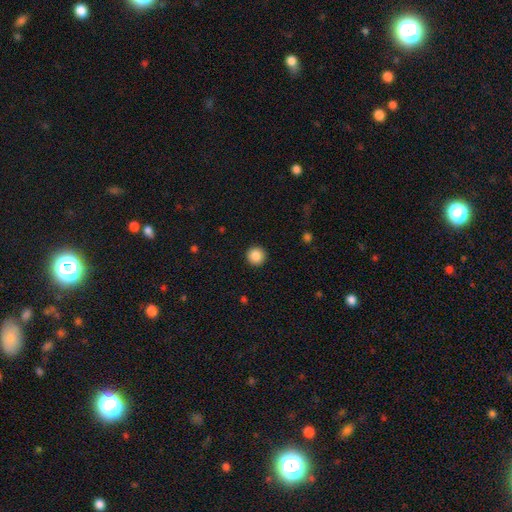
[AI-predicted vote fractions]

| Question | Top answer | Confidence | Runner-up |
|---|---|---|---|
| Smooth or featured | smooth | 87% | star or artifact (9%) |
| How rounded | round | 96% | in between (3%) |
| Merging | none | 93% | minor disturbance (4%) |